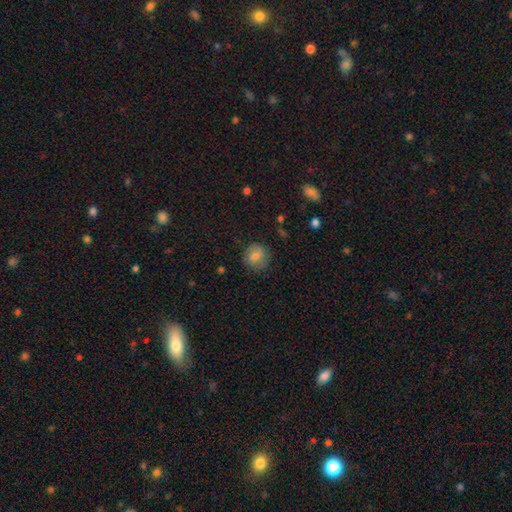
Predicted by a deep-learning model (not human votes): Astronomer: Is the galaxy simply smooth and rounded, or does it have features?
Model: smooth — 76%.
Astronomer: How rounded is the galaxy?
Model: round — 83%.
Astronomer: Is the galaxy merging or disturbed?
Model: none — 79%.